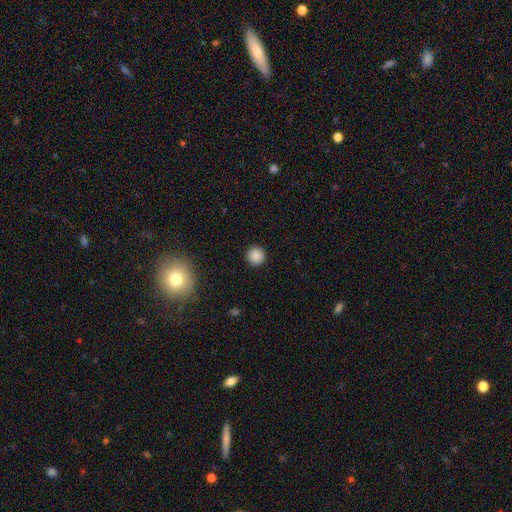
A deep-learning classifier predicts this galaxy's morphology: Q: Smooth or featured?
A: smooth (87%); runner-up: star or artifact (10%)
Q: How rounded?
A: round (95%); runner-up: in between (4%)
Q: Merging?
A: none (92%); runner-up: minor disturbance (5%)